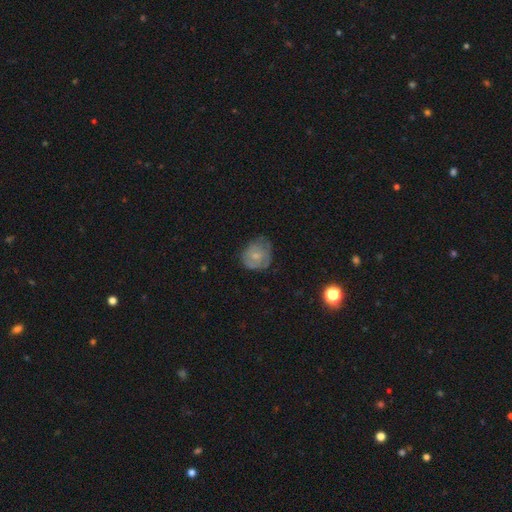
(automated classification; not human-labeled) smooth 61%, featured or disk 31%, star or artifact 8%. Down the decision tree: how rounded — round (74%); merging — none (56%).